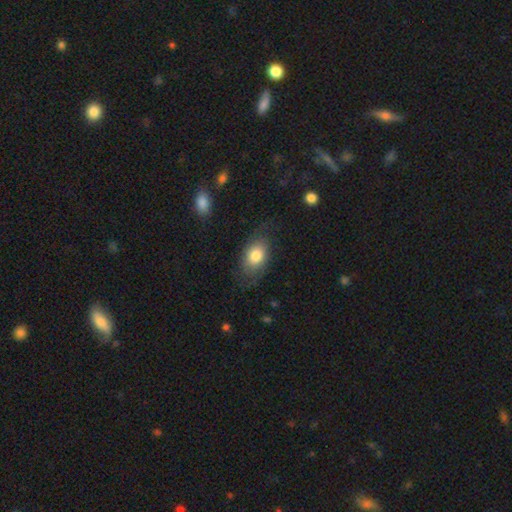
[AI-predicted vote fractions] Smooth or featured? Predicted: smooth (p=0.75). How rounded? Predicted: in between (p=0.85). Merging? Predicted: none (p=0.67).